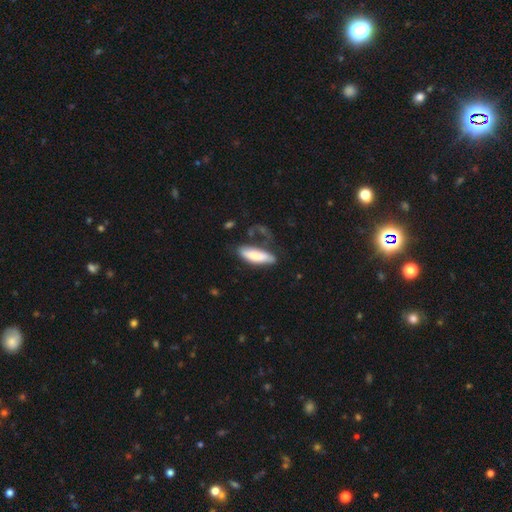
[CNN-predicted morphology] Smooth or featured? smooth (74%)
How rounded? cigar-shaped (49%, tied with in between)
Merging? none (41%)